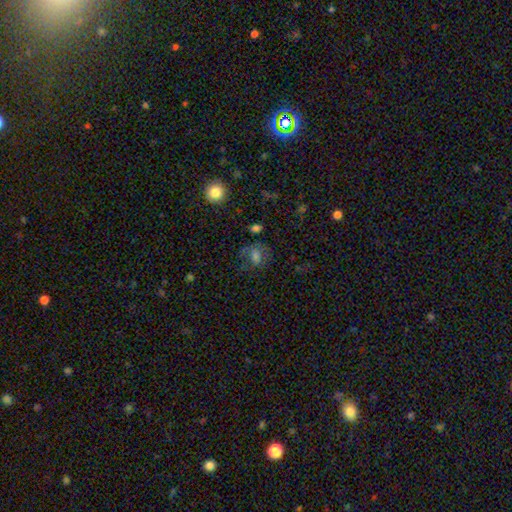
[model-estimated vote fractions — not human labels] smooth-or-featured: smooth: 54% | featured or disk: 26% | star or artifact: 21%
  how-rounded: round: 52% | in between: 46% | cigar-shaped: 2%
  merging: none: 58% | minor disturbance: 20% | major disturbance: 19% | merger: 3%